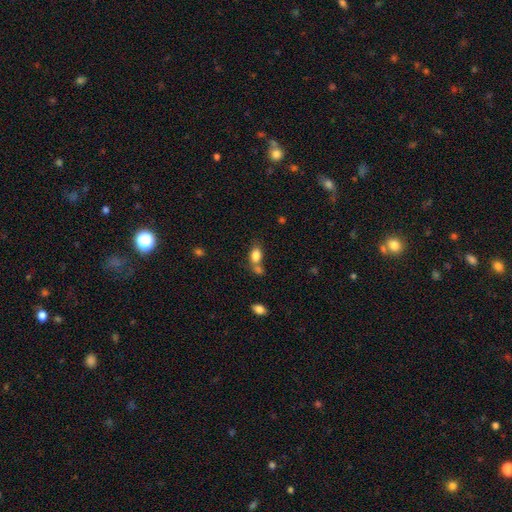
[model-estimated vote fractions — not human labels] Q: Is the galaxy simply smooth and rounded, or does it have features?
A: smooth — 82%.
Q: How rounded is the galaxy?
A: in between — 82%.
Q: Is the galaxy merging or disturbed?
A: none — 43%.